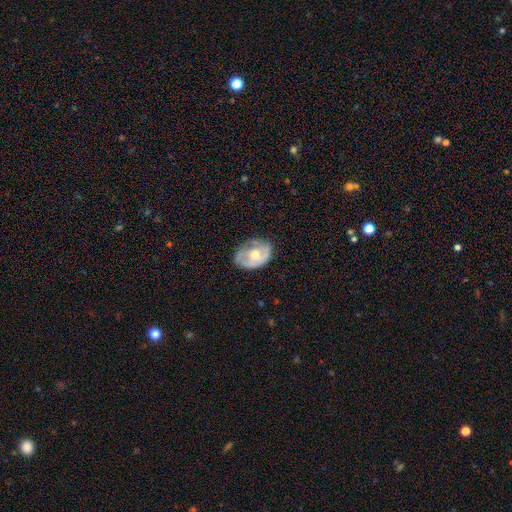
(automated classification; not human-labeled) featured or disk 67%, smooth 27%, star or artifact 6%. Down the decision tree: edge-on disk — no (96%); bar — no (74%); spiral arms — yes (74%); bulge size — moderate (66%); merging — none (61%).